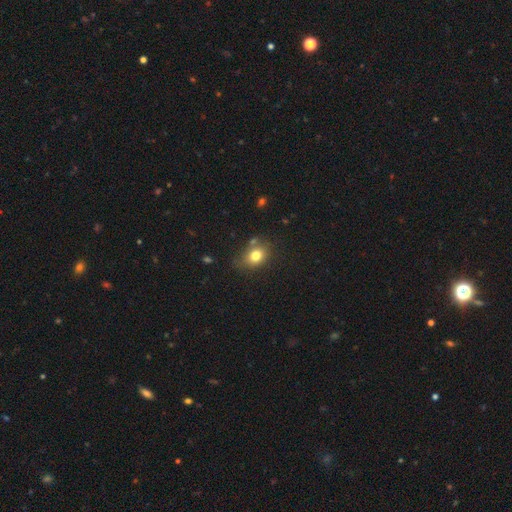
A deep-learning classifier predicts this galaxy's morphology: A smooth galaxy with no disk features (78%) that is in between round and cigar-shaped (57%).

Vote fractions:
- Smooth or featured? smooth: 78% / star or artifact: 11% / featured or disk: 11%
- How rounded? in between: 57% / round: 42% / cigar-shaped: 1%
- Merging? none: 66% / minor disturbance: 20% / merger: 9% / major disturbance: 6%